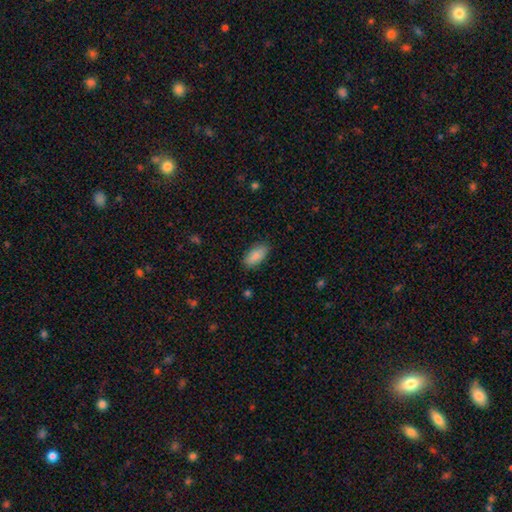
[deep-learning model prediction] Smooth or featured? smooth (88%)
How rounded? in between (91%)
Merging? none (85%)